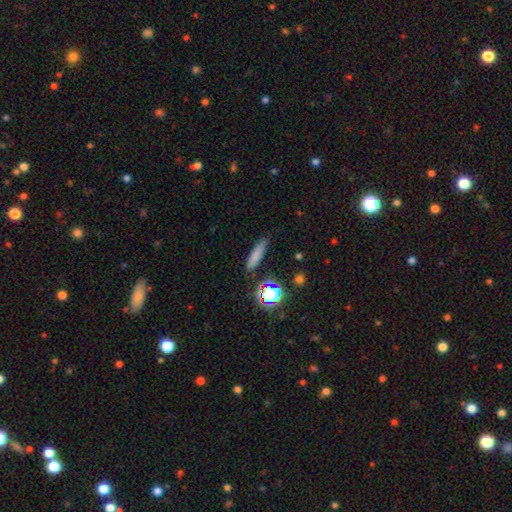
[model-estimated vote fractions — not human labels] Smooth or featured? Predicted: smooth (p=0.74). How rounded? Predicted: cigar-shaped (p=0.78). Merging? Predicted: none (p=0.83).